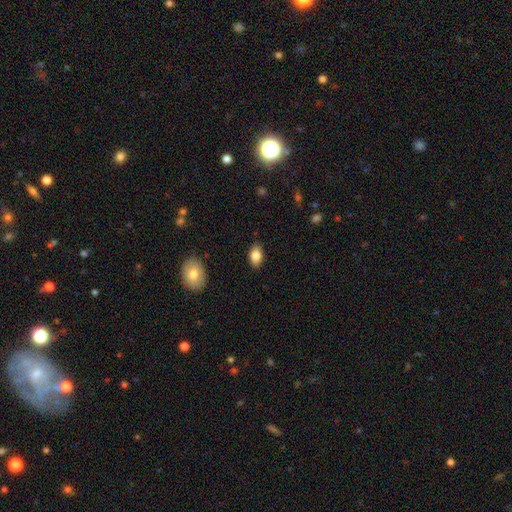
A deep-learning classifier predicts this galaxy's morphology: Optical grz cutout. It shows a smooth galaxy with no disk features (83%) that is in between round and cigar-shaped (91%). Merging: none (87%).